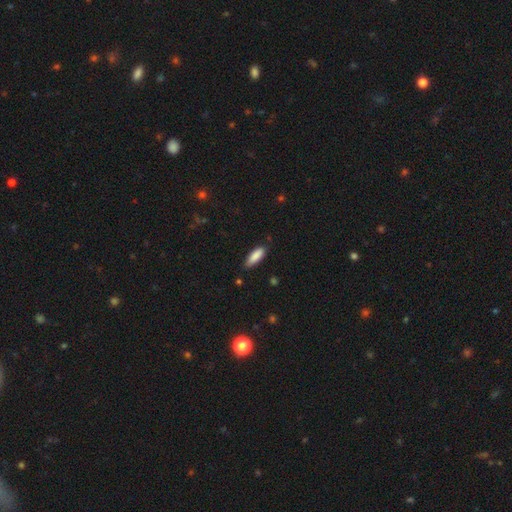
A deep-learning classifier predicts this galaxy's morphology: This appears to be a smooth galaxy with no disk features (88%) that is in between round and cigar-shaped (61%). Merging: none (81%).